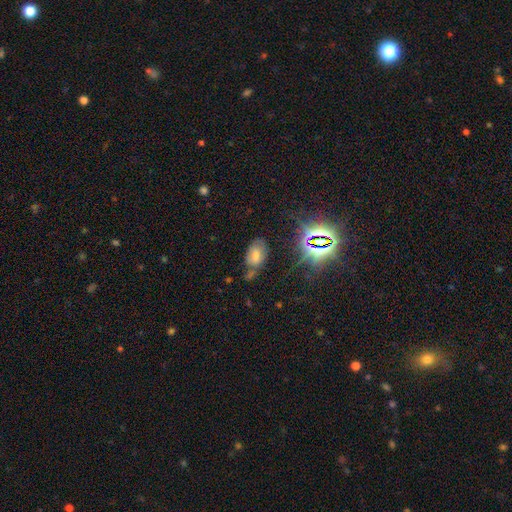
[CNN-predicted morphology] Overall: star or artifact (41%; smooth 34%).